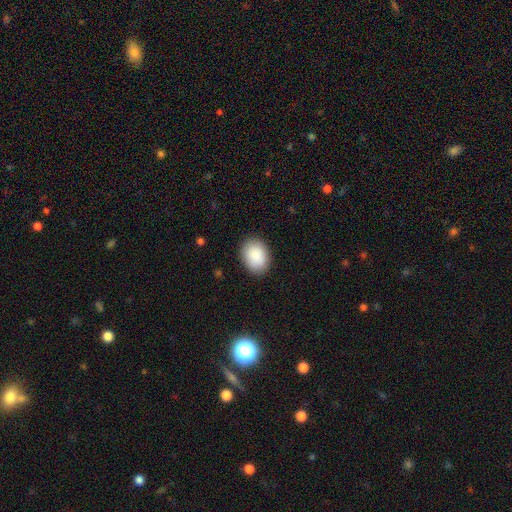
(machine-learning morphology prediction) Smooth or featured: smooth — 88% (star or artifact — 6%)
How rounded: in between — 67% (round — 32%)
Merging: none — 88% (minor disturbance — 9%)